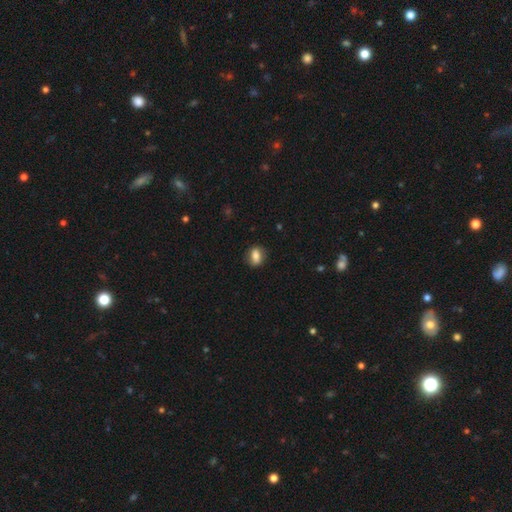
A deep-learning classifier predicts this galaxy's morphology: The model was most divided on "how rounded": in between: 70%, round: 27%, cigar-shaped: 3%. More confident: merging — none (83%); smooth or featured — smooth (74%).